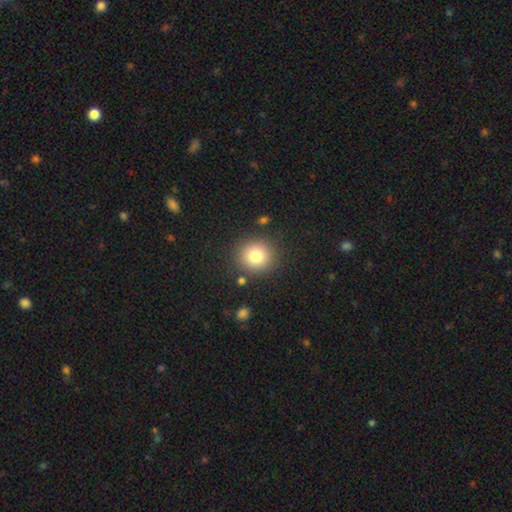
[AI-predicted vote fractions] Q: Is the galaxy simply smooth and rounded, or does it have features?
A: smooth — 79%.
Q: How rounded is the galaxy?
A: round — 90%.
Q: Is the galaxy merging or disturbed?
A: none — 85%.